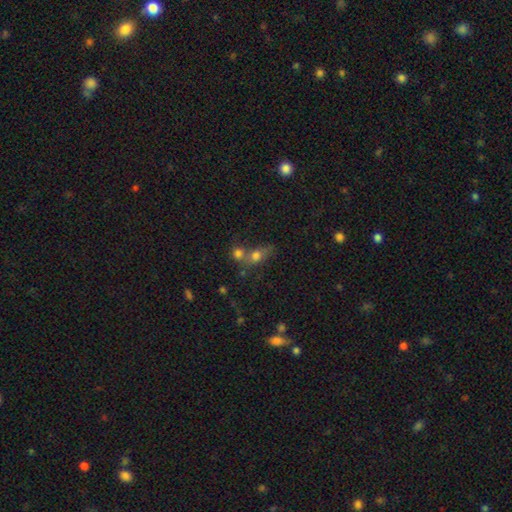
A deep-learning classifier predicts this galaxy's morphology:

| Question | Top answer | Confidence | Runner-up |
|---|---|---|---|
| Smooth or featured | smooth | 66% | star or artifact (17%) |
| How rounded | round | 48% | in between (44%) |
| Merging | merger | 52% | none (33%) |